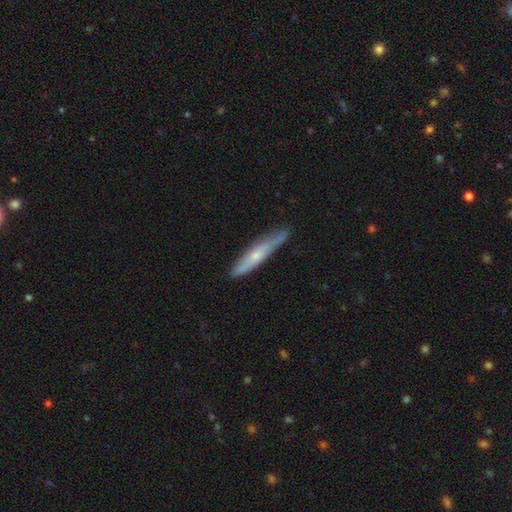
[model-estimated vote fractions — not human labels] The model was most divided on "smooth or featured" (2-way tie): smooth: 47%, featured or disk: 47%, star or artifact: 6%. More confident: merging — none (75%).